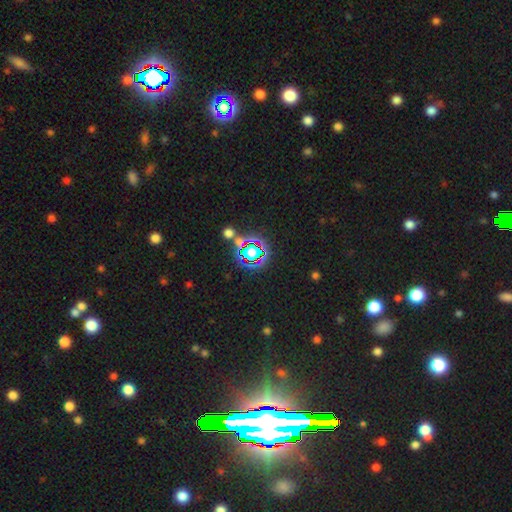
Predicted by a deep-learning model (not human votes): smooth_or_featured: star or artifact (p=0.68) [alt: smooth p=0.22]